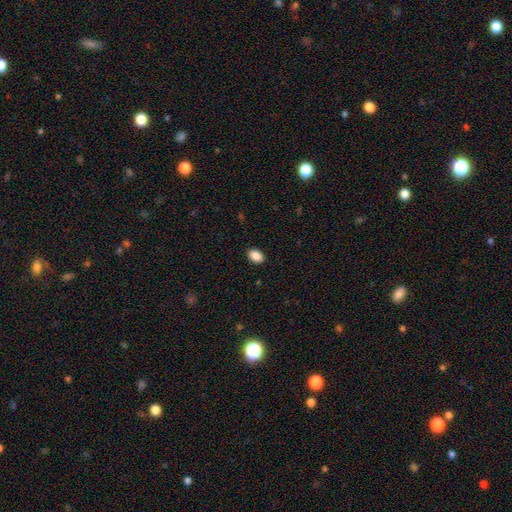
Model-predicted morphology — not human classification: type=smooth (89%); roundness=in between (82%); merging=none (89%).